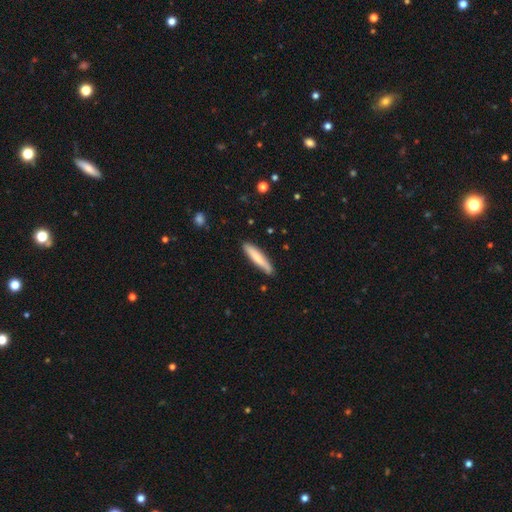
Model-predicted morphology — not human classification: The model was most divided on "smooth or featured": smooth: 77%, featured or disk: 17%, star or artifact: 5%. More confident: how rounded — cigar-shaped (88%); merging — none (83%).